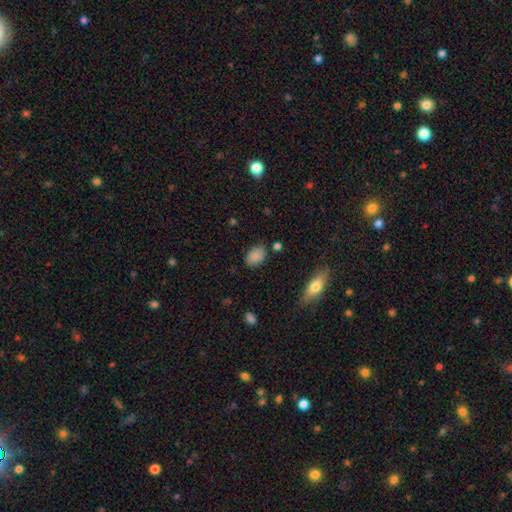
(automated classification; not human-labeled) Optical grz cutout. It shows a smooth galaxy with no disk features (85%) that is in between round and cigar-shaped (79%). Merging: none (78%).